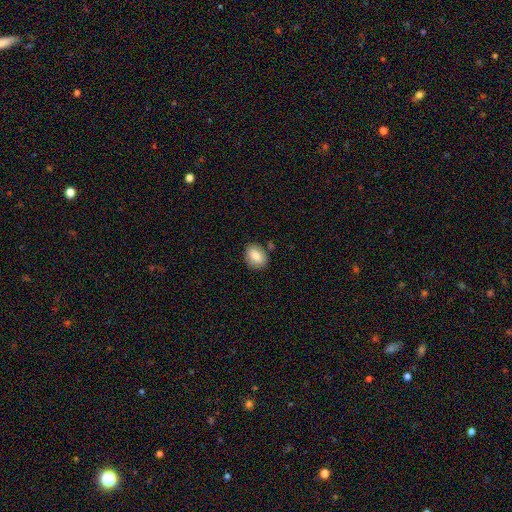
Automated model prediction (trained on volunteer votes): smooth 81%, featured or disk 11%, star or artifact 8%. Down the decision tree: how rounded — in between (59%); merging — none (81%).